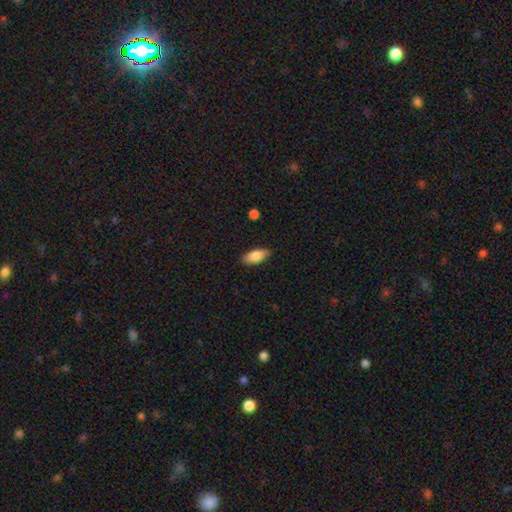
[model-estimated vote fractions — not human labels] The model was most divided on "smooth or featured": smooth: 82%, featured or disk: 12%, star or artifact: 6%. More confident: how rounded — in between (87%); merging — none (86%).